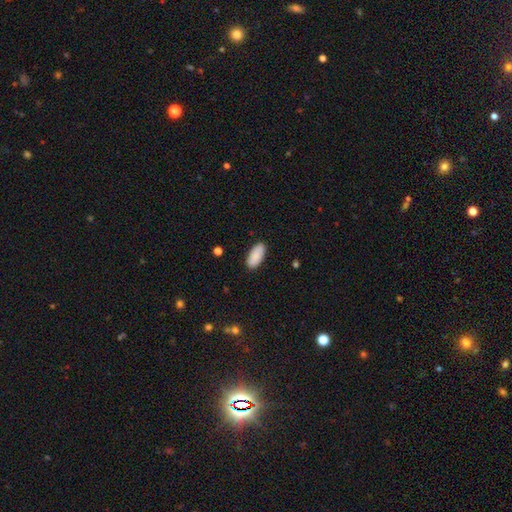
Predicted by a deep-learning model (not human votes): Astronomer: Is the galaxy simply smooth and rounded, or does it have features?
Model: smooth — 90%.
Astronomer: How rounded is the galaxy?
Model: in between — 91%.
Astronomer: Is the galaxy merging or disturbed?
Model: none — 88%.